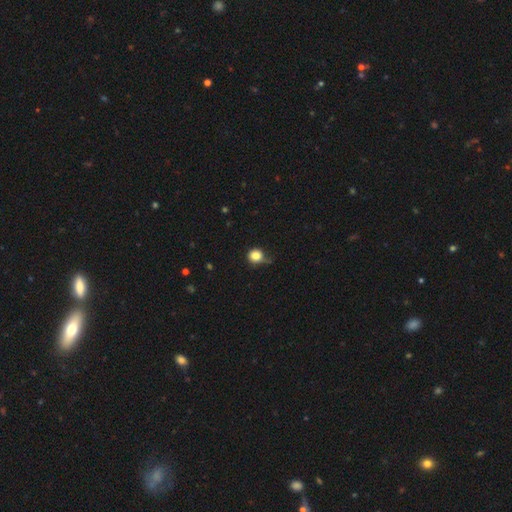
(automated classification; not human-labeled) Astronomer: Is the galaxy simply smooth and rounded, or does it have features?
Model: smooth — 83%.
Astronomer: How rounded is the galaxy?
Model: round — 87%.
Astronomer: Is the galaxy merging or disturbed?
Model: none — 53% (runner-up: minor disturbance, 32%).